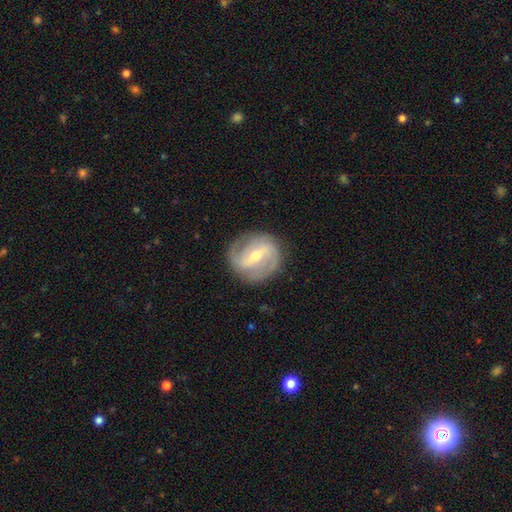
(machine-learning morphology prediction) featured or disk 82%, smooth 12%, star or artifact 5%. Down the decision tree: edge-on disk — no (97%); bar — strong (44%); spiral arms — yes (92%); spiral arm count — 2 (61%); spiral winding — medium (44%); bulge size — moderate (50%); merging — none (83%).